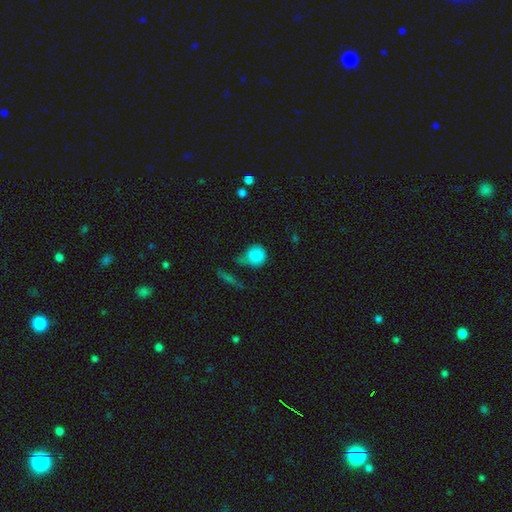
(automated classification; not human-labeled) Smooth or featured: smooth — 83% (star or artifact — 9%)
How rounded: round — 80% (in between — 18%)
Merging: none — 44% (minor disturbance — 27%)